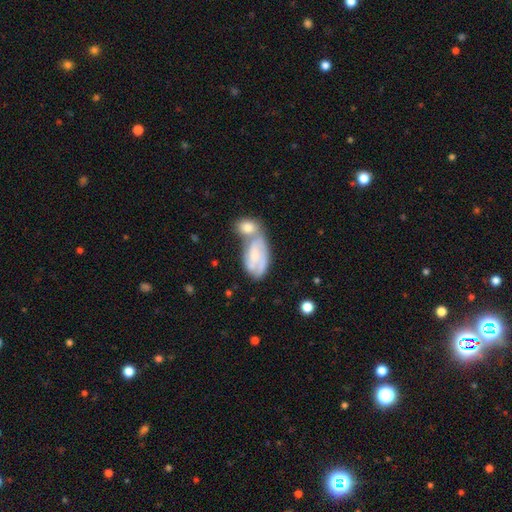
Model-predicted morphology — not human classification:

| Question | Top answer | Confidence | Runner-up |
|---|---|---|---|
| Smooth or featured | featured or disk | 52% | smooth (41%) |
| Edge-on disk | no | 93% | yes (7%) |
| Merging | merger | 55% | none (23%) |